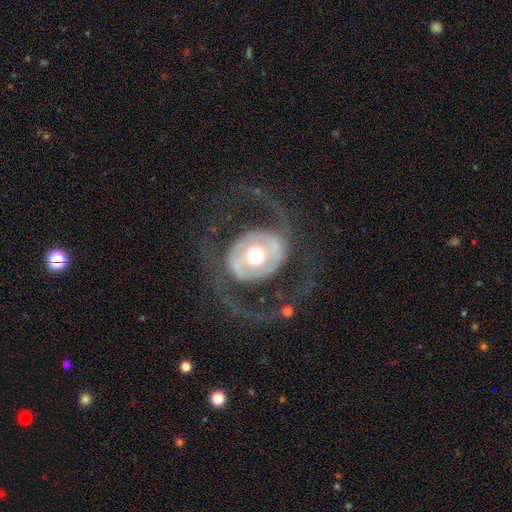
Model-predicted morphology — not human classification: Smooth or featured?
  - featured or disk: 77% *
  - smooth: 18%
  - star or artifact: 5%
Edge-on disk?
  - no: 95% *
  - yes: 5%
Bar?
  - no: 67% *
  - weak: 18%
  - strong: 14%
Spiral arms?
  - yes: 57% *
  - no: 43%
Bulge size?
  - moderate: 54% *
  - large: 35%
  - dominant: 7%
  - small: 4%
  - none: 1%
Merging?
  - none: 61% *
  - major disturbance: 25%
  - minor disturbance: 12%
  - merger: 2%